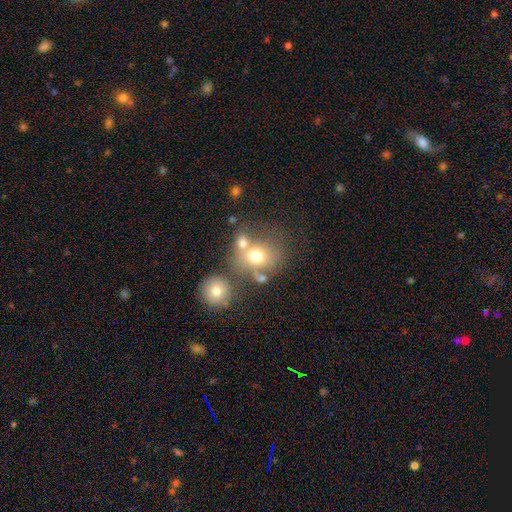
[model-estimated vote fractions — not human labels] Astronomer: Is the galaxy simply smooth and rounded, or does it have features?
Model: smooth — 68%.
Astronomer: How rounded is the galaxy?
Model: round — 69%.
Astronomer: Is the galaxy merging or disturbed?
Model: none — 42% (runner-up: merger, 36%).